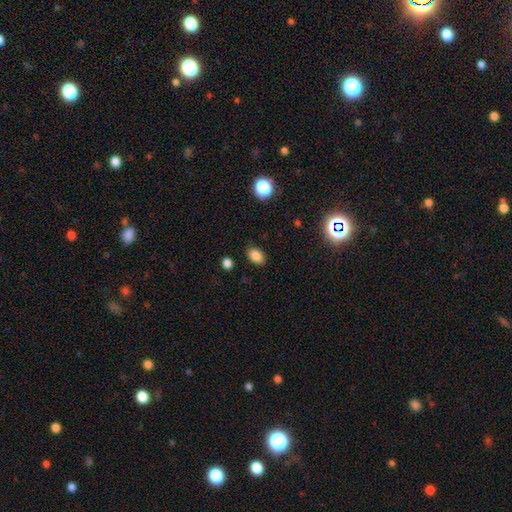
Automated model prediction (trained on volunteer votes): Q: Smooth or featured?
A: smooth (85%); runner-up: star or artifact (10%)
Q: How rounded?
A: in between (83%); runner-up: round (15%)
Q: Merging?
A: none (86%); runner-up: minor disturbance (10%)